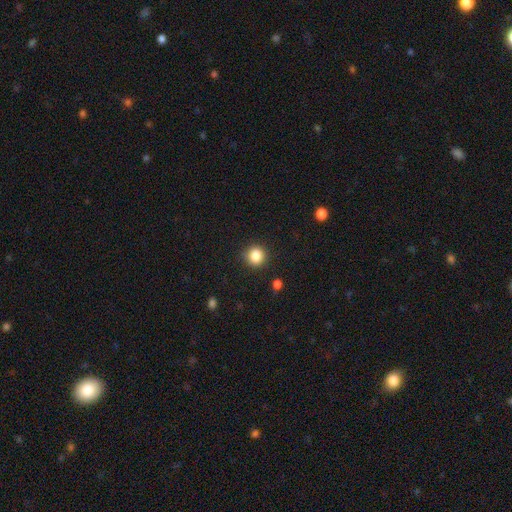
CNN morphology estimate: Smooth or featured? Predicted: smooth (p=0.85). How rounded? Predicted: round (p=0.92). Merging? Predicted: none (p=0.90).